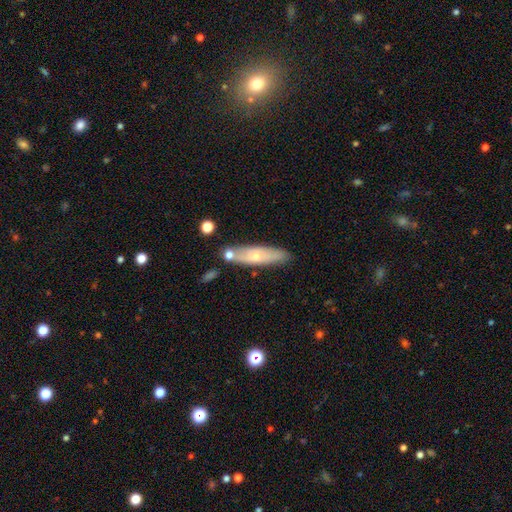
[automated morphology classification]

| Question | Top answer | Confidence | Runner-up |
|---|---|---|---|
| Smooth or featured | smooth | 52% | featured or disk (41%) |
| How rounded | cigar-shaped | 71% | in between (27%) |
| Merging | none | 70% | minor disturbance (16%) |